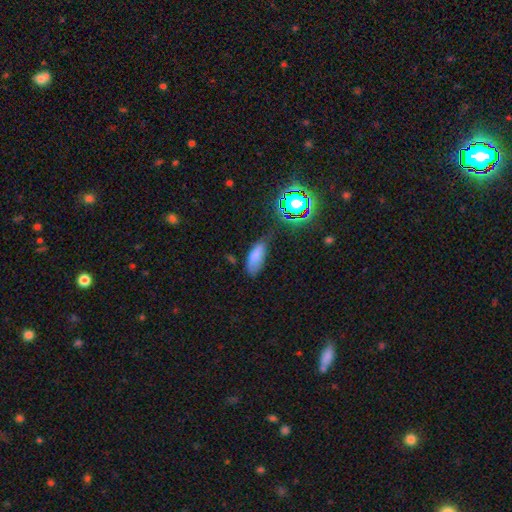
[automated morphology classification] Smooth or featured?
  - smooth: 76% *
  - star or artifact: 14%
  - featured or disk: 10%
How rounded?
  - in between: 77% *
  - cigar-shaped: 20%
  - round: 3%
Merging?
  - none: 54% *
  - minor disturbance: 31%
  - major disturbance: 11%
  - merger: 4%